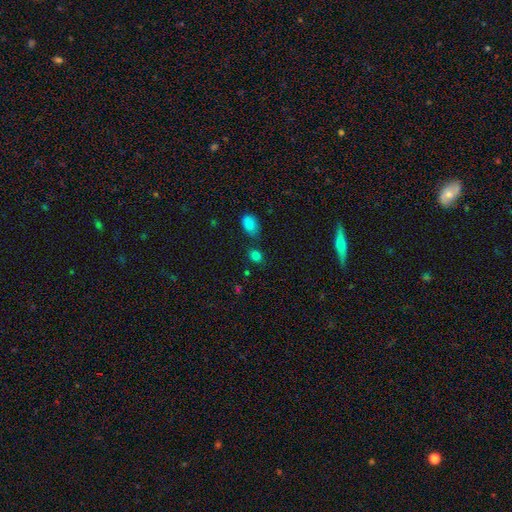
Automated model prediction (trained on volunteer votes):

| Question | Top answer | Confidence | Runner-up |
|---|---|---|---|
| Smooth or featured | smooth | 80% | star or artifact (15%) |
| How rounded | in between | 52% | round (46%) |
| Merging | none | 70% | minor disturbance (14%) |